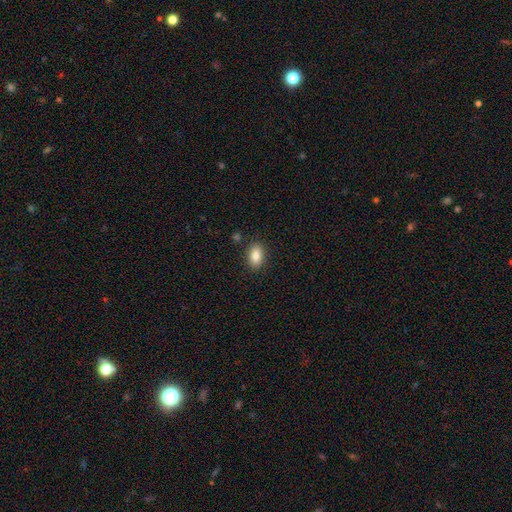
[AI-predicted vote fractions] Smooth or featured? smooth (85%)
How rounded? in between (89%)
Merging? none (87%)